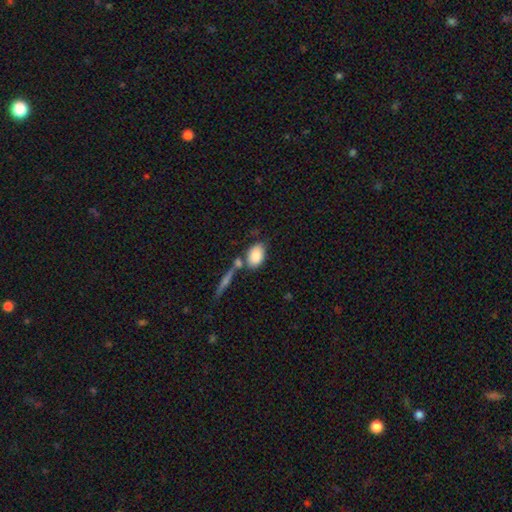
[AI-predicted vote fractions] Smooth or featured?
  - smooth: 83% *
  - featured or disk: 10%
  - star or artifact: 7%
How rounded?
  - in between: 88% *
  - round: 9%
  - cigar-shaped: 3%
Merging?
  - none: 58% *
  - merger: 23%
  - minor disturbance: 14%
  - major disturbance: 5%